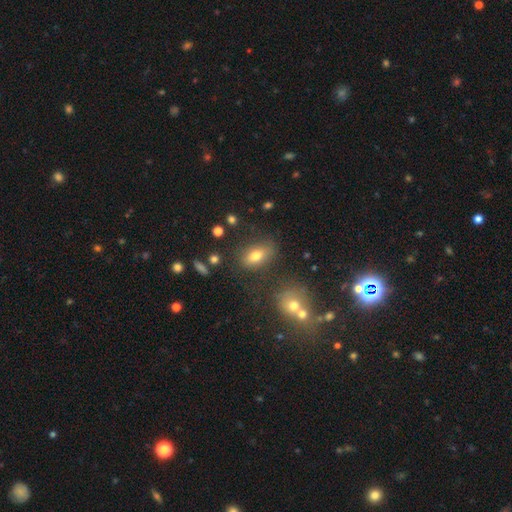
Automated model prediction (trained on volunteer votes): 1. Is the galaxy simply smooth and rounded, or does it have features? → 73% smooth, 15% featured or disk, 12% star or artifact.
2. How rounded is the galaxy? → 85% in between, 10% round, 5% cigar-shaped.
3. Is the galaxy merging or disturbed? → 73% none, 15% minor disturbance, 6% merger, 6% major disturbance.